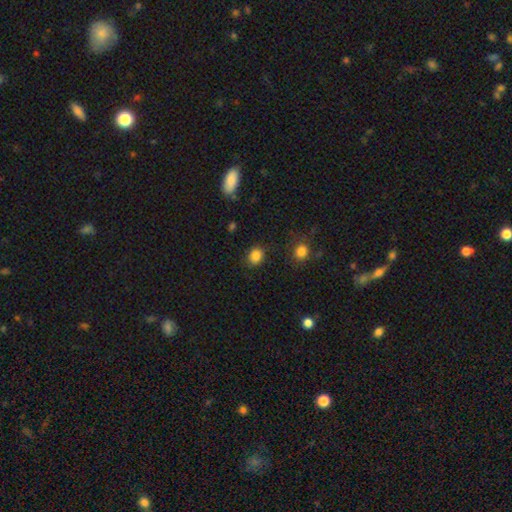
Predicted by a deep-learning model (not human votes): Smooth or featured? Predicted: smooth (p=0.85). How rounded? Predicted: round (p=0.59). Merging? Predicted: none (p=0.81).